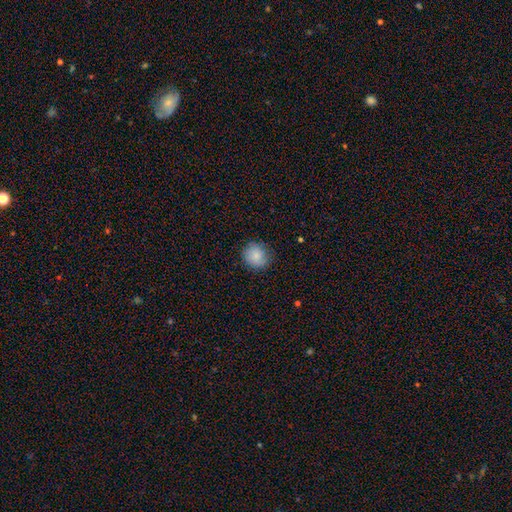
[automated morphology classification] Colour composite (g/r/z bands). It shows a smooth galaxy with no disk features (85%) that is round (83%). Merging: none (83%).